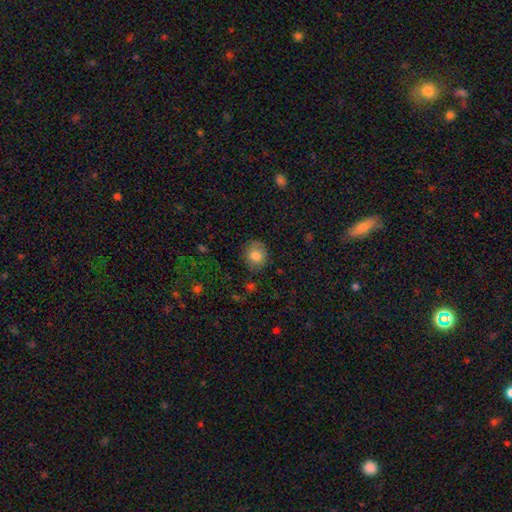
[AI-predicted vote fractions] Smooth or featured: smooth — 81% (star or artifact — 10%)
How rounded: round — 72% (in between — 27%)
Merging: none — 82% (minor disturbance — 14%)